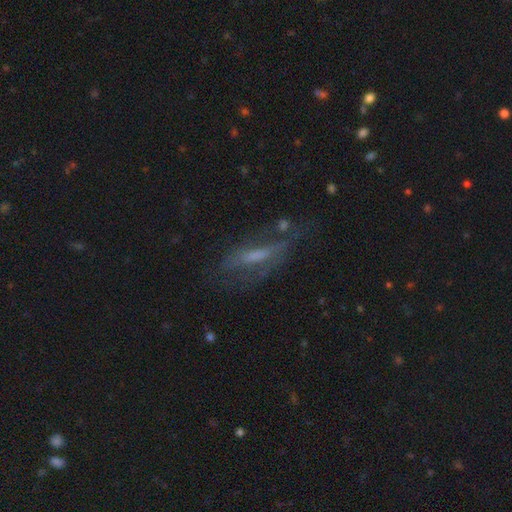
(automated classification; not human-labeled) A featured or disk galaxy (55%). Merging: none (53%).